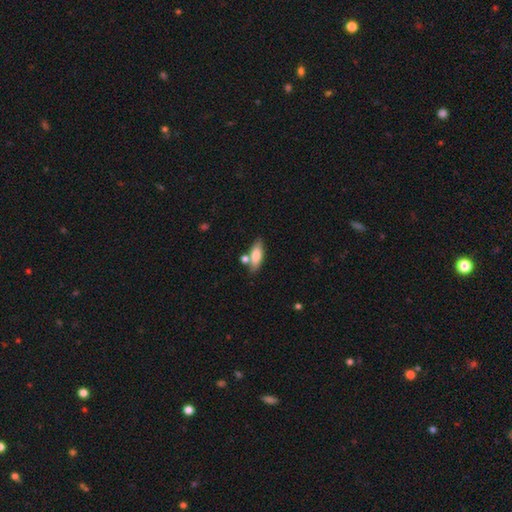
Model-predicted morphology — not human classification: type=smooth (79%); roundness=in between (66%); merging=none (66%).